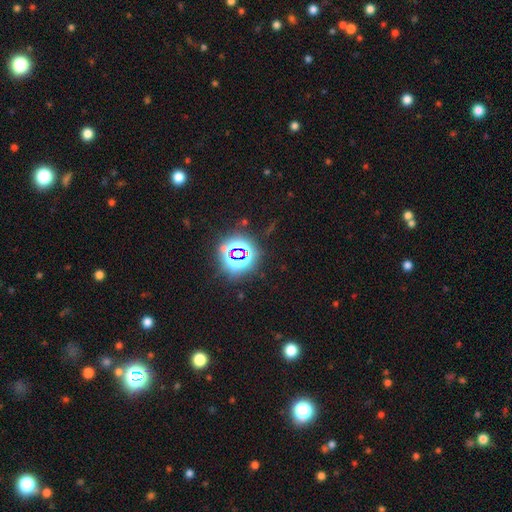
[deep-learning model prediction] Smooth or featured? star or artifact (76%)